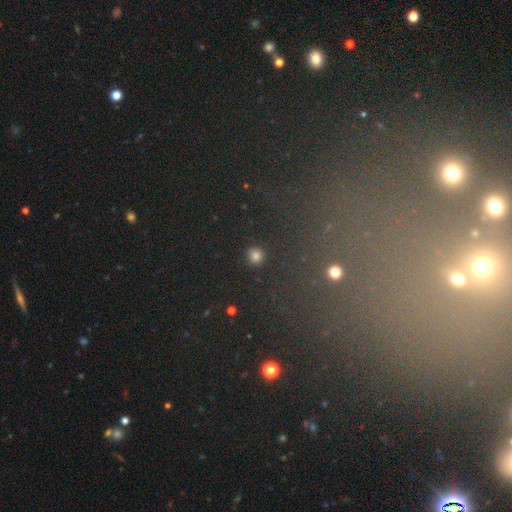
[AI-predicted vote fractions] A smooth galaxy with no disk features (79%) that is round (93%).

Vote fractions:
- Smooth or featured? smooth: 79% / star or artifact: 16% / featured or disk: 4%
- How rounded? round: 93% / in between: 6% / cigar-shaped: 1%
- Merging? none: 92% / minor disturbance: 5% / major disturbance: 2% / merger: 2%